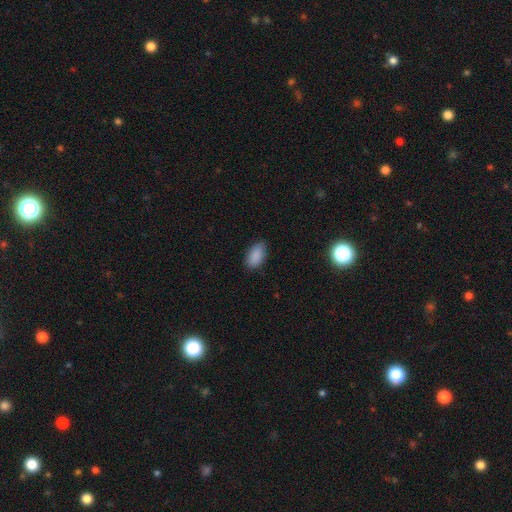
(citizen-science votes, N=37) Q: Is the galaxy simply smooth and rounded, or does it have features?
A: smooth — 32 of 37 (86%).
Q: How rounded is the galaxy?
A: in between — 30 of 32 (94%).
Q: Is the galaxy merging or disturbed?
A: none — 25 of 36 (69%).